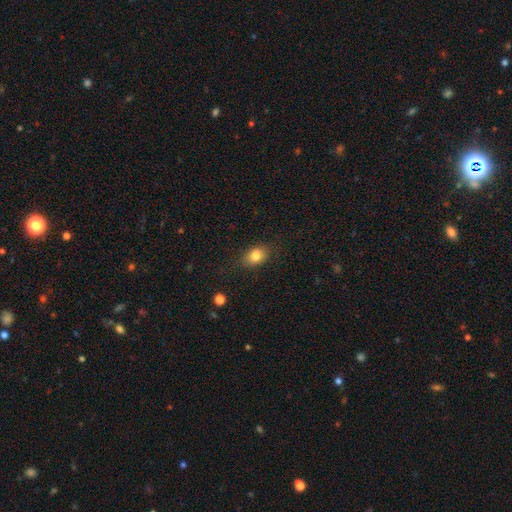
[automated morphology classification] smooth-or-featured: smooth: 81% | star or artifact: 10% | featured or disk: 8%
  how-rounded: in between: 72% | round: 26% | cigar-shaped: 2%
  merging: none: 75% | minor disturbance: 17% | major disturbance: 5% | merger: 3%